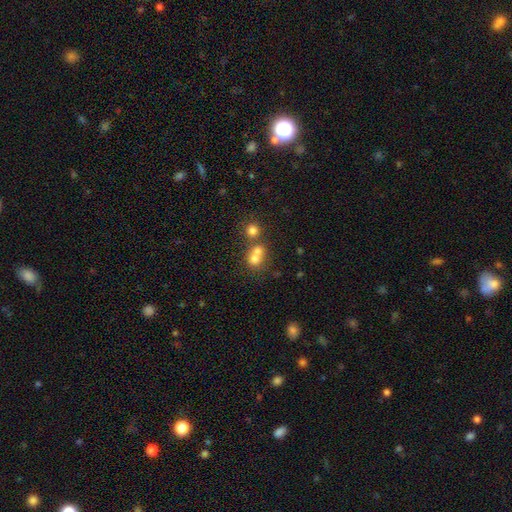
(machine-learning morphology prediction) Smooth or featured: smooth — 69% (featured or disk — 18%)
How rounded: round — 78% (in between — 21%)
Merging: merger — 60% (none — 31%)